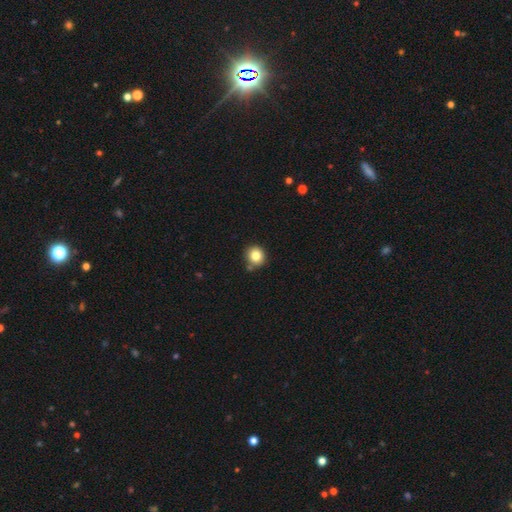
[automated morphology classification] Smooth or featured? Predicted: smooth (p=0.82). How rounded? Predicted: round (p=0.89). Merging? Predicted: none (p=0.80).